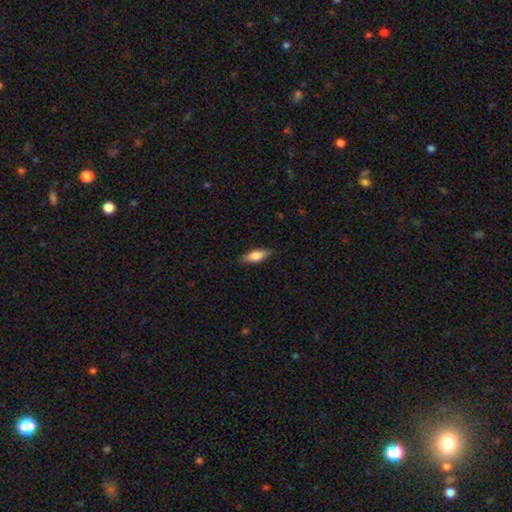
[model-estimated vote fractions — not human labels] smooth-or-featured: smooth: 64% | featured or disk: 29% | star or artifact: 7%
  how-rounded: in between: 65% | cigar-shaped: 32% | round: 3%
  merging: none: 84% | minor disturbance: 13% | major disturbance: 3% | merger: 1%